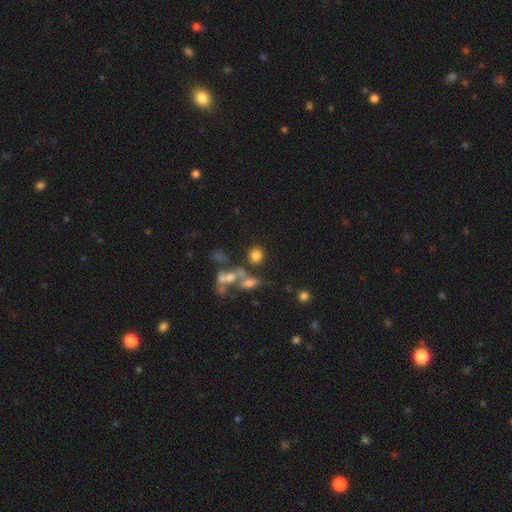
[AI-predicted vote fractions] Smooth or featured? smooth (74%)
How rounded? round (80%)
Merging? none (64%)